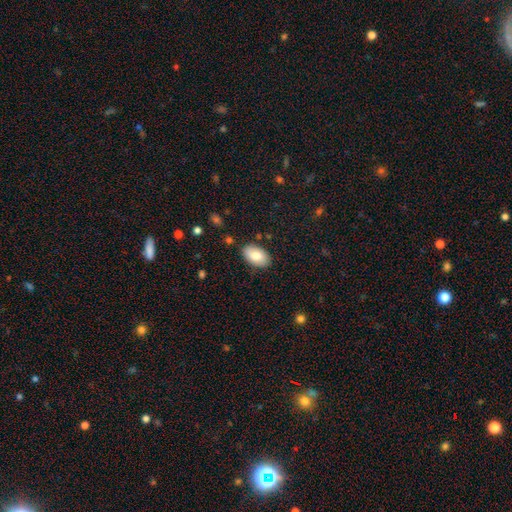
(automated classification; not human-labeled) Smooth or featured? smooth (79%)
How rounded? in between (93%)
Merging? none (85%)